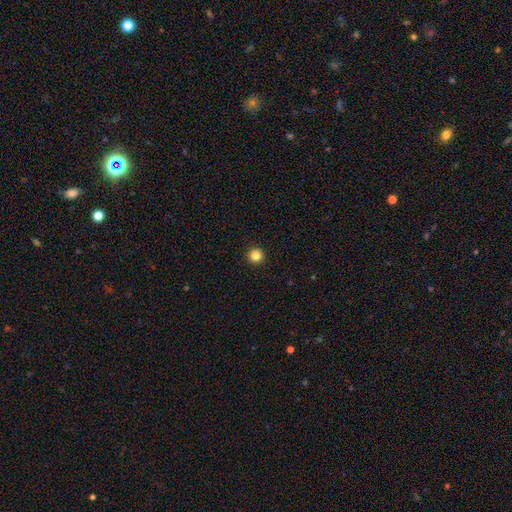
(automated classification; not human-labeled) A smooth galaxy with no disk features (84%) that is round (96%). Merging: none (94%).